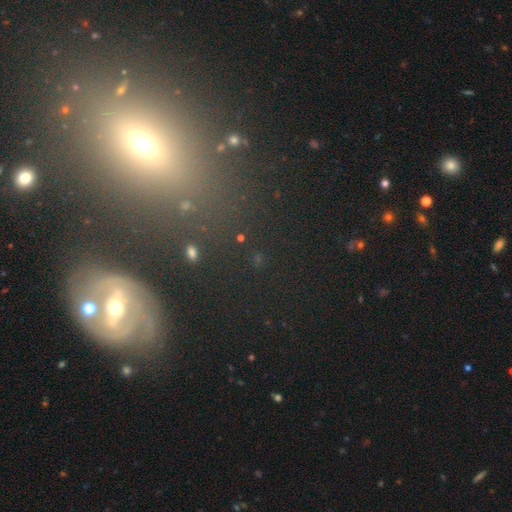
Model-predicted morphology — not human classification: This is marginally a star or artifact rather than a galaxy (40%).